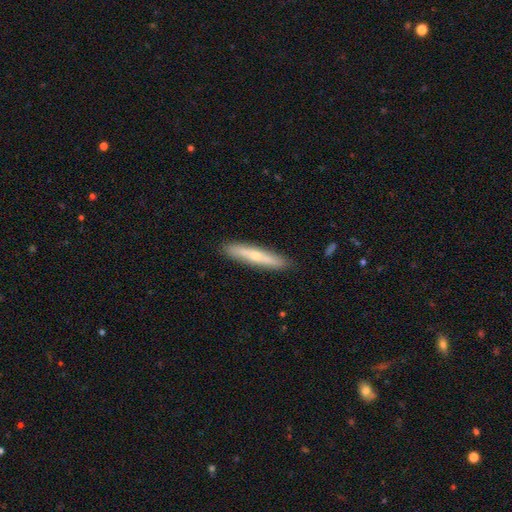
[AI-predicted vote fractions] smooth-or-featured: smooth: 50% | featured or disk: 44% | star or artifact: 6%
  merging: none: 90% | minor disturbance: 8% | major disturbance: 2% | merger: 1%